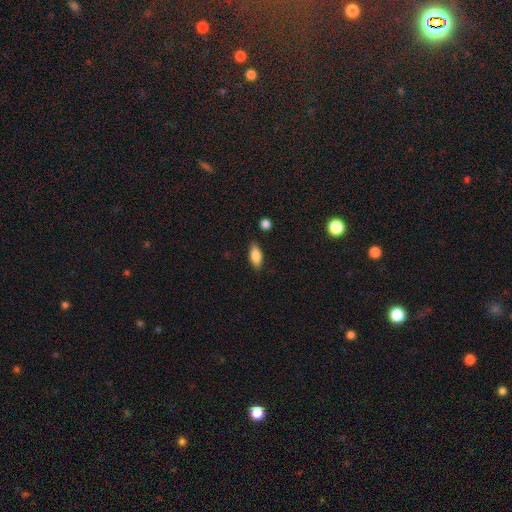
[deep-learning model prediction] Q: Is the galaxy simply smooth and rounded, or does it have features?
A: smooth — 78%.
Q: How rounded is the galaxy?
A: in between — 82%.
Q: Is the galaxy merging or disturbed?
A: none — 83%.